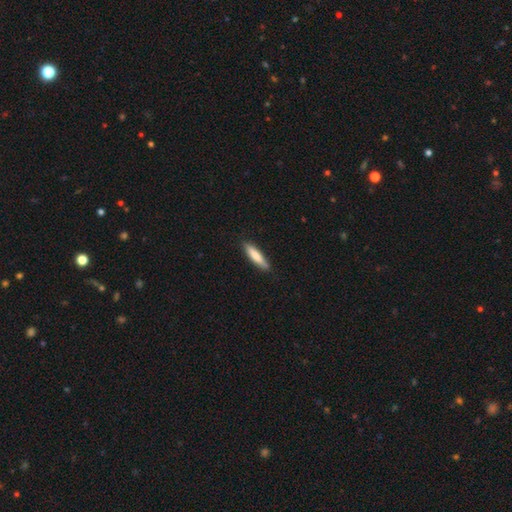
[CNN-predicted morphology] Smooth or featured? smooth (78%)
How rounded? cigar-shaped (76%)
Merging? none (84%)